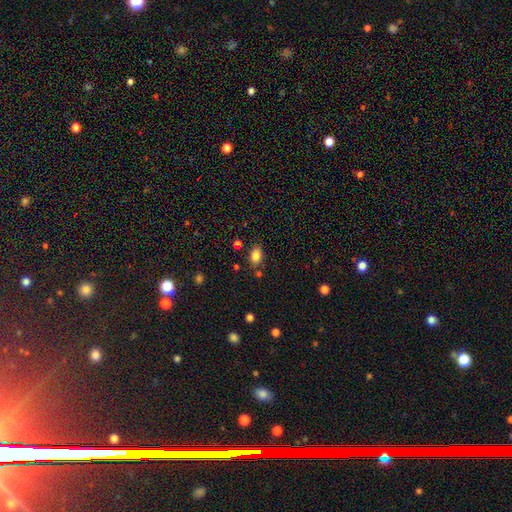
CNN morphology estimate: smooth_or_featured: smooth (p=0.84) [alt: star or artifact p=0.10]
how_rounded: in between (p=0.83) [alt: round p=0.16]
merging: none (p=0.79) [alt: minor disturbance p=0.13]